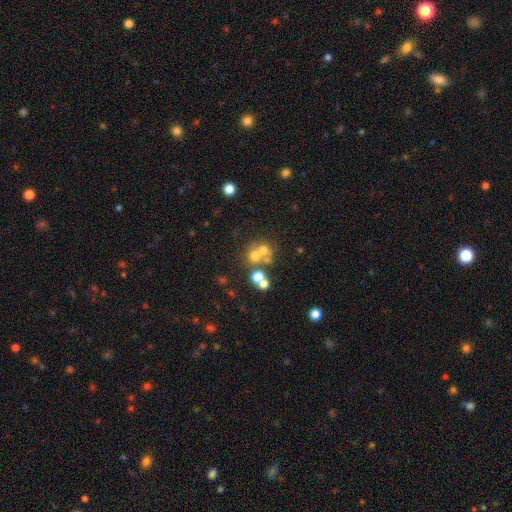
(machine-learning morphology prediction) smooth 56%, featured or disk 24%, star or artifact 20%. Down the decision tree: how rounded — round (84%); merging — merger (45%).